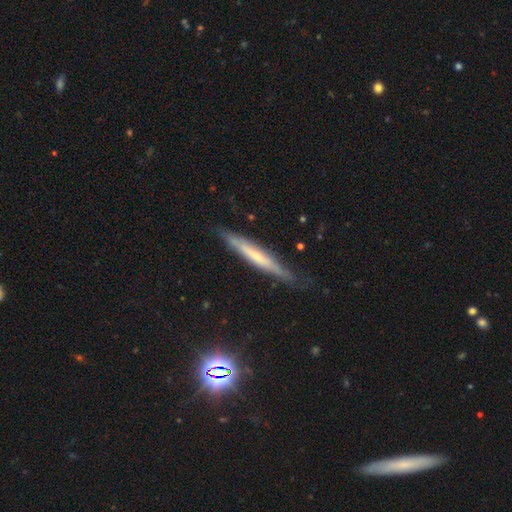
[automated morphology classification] This appears to be a featured or disk galaxy (56%) viewed edge-on (90%) with no central bulge (61%). Merging: none (79%).